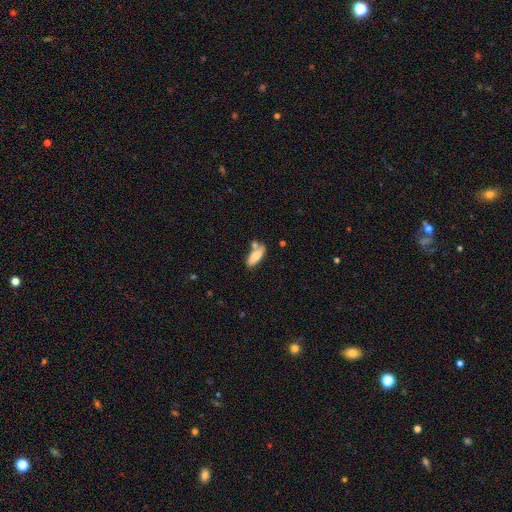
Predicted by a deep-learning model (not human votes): Smooth or featured? Predicted: smooth (p=0.73). How rounded? Predicted: in between (p=0.69). Merging? Predicted: none (p=0.58).